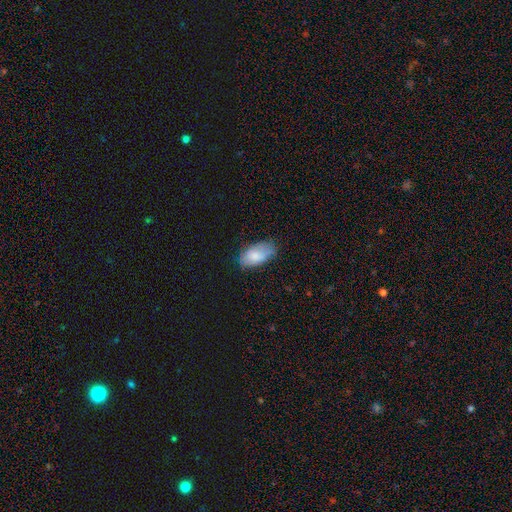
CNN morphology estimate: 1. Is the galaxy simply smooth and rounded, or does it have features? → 79% smooth, 14% featured or disk, 7% star or artifact.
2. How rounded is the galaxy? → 94% in between, 3% round, 3% cigar-shaped.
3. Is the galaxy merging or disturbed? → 61% none, 30% minor disturbance, 7% major disturbance, 2% merger.